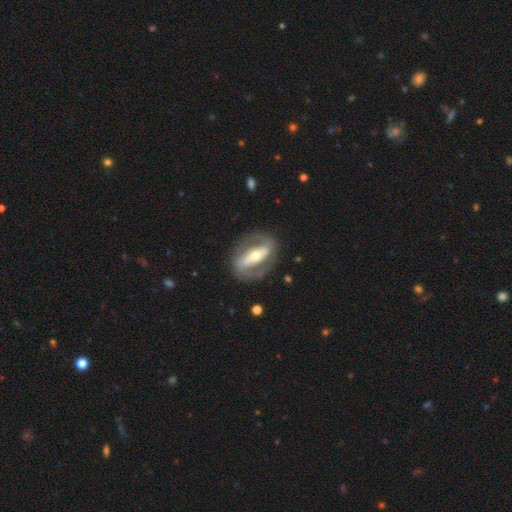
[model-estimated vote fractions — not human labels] This appears to be a featured or disk galaxy (78%) with a strong bar (64%), spiral arms (62%) and a moderate central bulge (62%). Merging: none (80%).